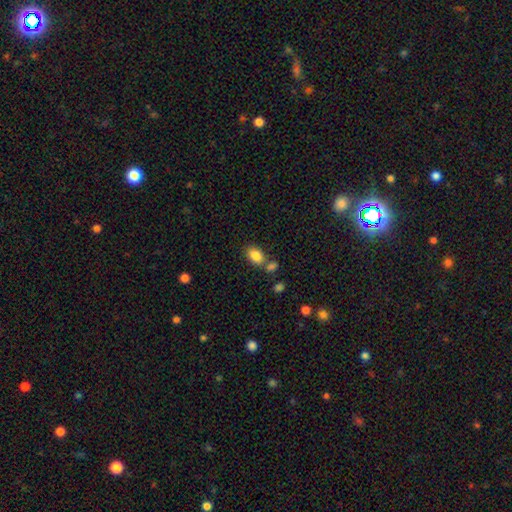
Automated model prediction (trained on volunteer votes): Q: Smooth or featured?
A: smooth (85%); runner-up: star or artifact (9%)
Q: How rounded?
A: in between (83%); runner-up: round (16%)
Q: Merging?
A: none (62%); runner-up: merger (21%)